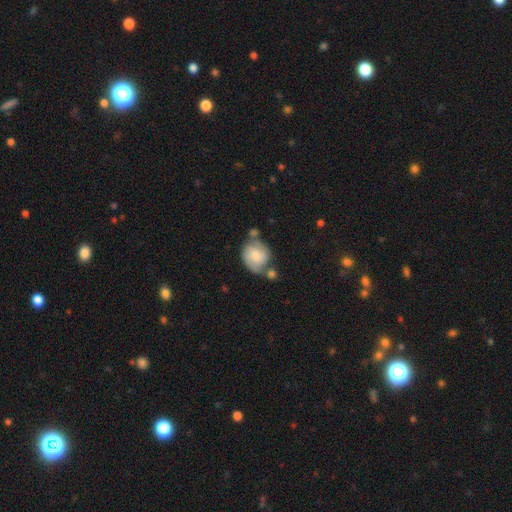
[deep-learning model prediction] smooth_or_featured: smooth (p=0.48) [alt: featured or disk p=0.44]
merging: none (p=0.44) [alt: merger p=0.23]